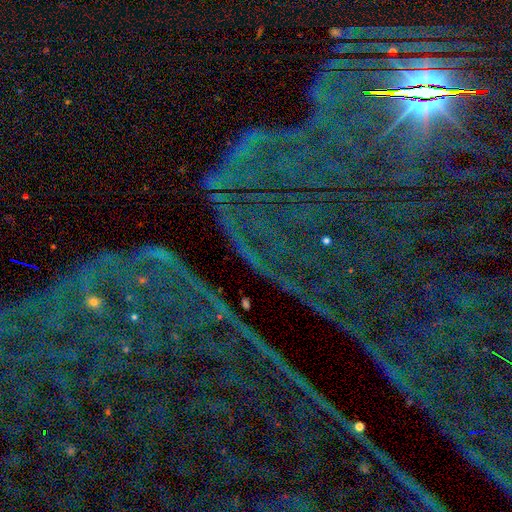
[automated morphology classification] The model was most divided on "smooth or featured": star or artifact: 86%, featured or disk: 8%, smooth: 7%.